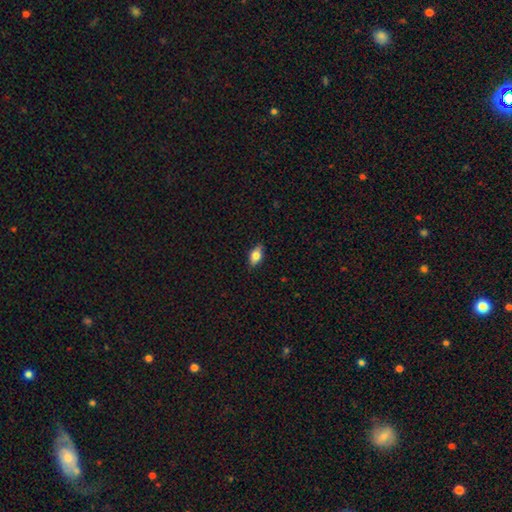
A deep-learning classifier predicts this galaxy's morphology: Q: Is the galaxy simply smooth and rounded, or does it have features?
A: smooth — 72%.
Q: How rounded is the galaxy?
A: in between — 87%.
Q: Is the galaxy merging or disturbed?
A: none — 85%.